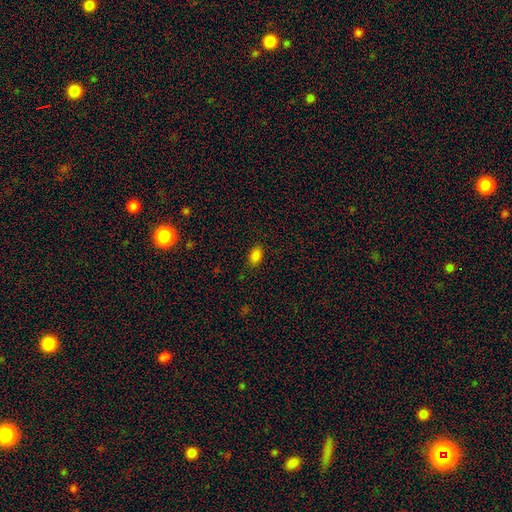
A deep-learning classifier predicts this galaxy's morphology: A smooth galaxy with no disk features (84%) that is in between round and cigar-shaped (89%).

Vote fractions:
- Smooth or featured? smooth: 84% / star or artifact: 12% / featured or disk: 4%
- How rounded? in between: 89% / round: 10% / cigar-shaped: 1%
- Merging? none: 85% / minor disturbance: 11% / major disturbance: 3% / merger: 1%